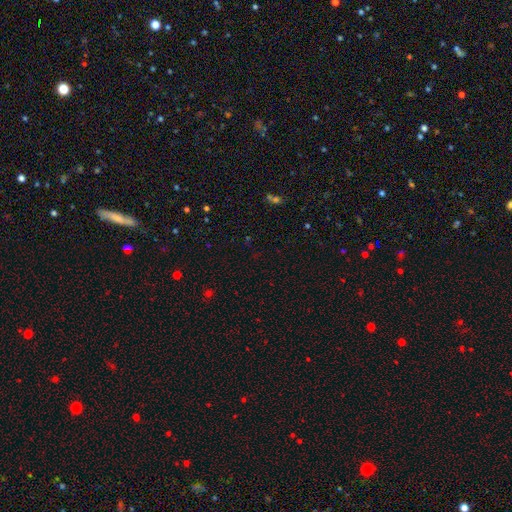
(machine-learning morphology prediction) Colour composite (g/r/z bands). It shows a star or artifact, not a galaxy (64%).